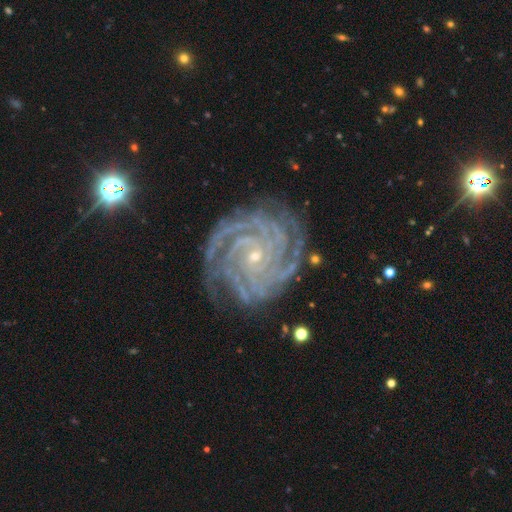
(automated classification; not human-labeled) A featured or disk galaxy (92%) with no bar (70%), 4 (27%) tight (85%) spiral arms (99%) and a small central bulge (84%).

Vote fractions:
- Smooth or featured? featured or disk: 92% / star or artifact: 6% / smooth: 3%
- Edge-on disk? no: 98% / yes: 2%
- Bar? no: 70% / weak: 19% / strong: 11%
- Spiral arms? yes: 99% / no: 1%
- Spiral winding? tight: 85% / medium: 13% / loose: 2%
- Spiral arm count? 4: 27% / more than 4: 26% / 3: 15% / can't tell: 12% / 2: 11% / 1: 8%
- Bulge size? small: 84% / moderate: 12% / none: 1% / large: 1% / dominant: 1%
- Merging? none: 81% / minor disturbance: 14% / major disturbance: 4% / merger: 1%